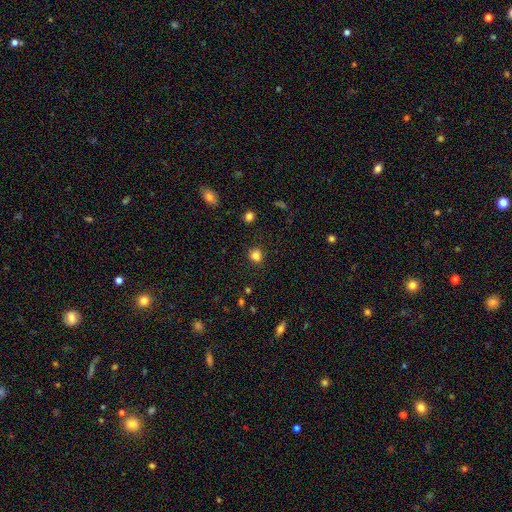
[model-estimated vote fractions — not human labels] Smooth or featured? Predicted: smooth (p=0.82). How rounded? Predicted: round (p=0.78). Merging? Predicted: none (p=0.85).